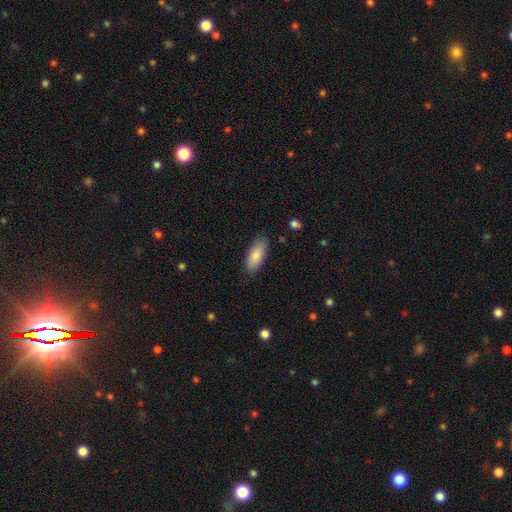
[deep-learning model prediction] A smooth galaxy with no disk features (84%) that is in between round and cigar-shaped (80%). Merging: none (85%).